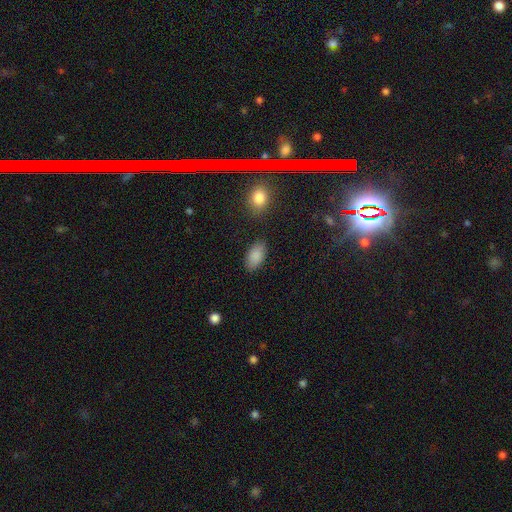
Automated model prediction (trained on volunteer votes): Smooth or featured? smooth (89%)
How rounded? in between (94%)
Merging? none (85%)